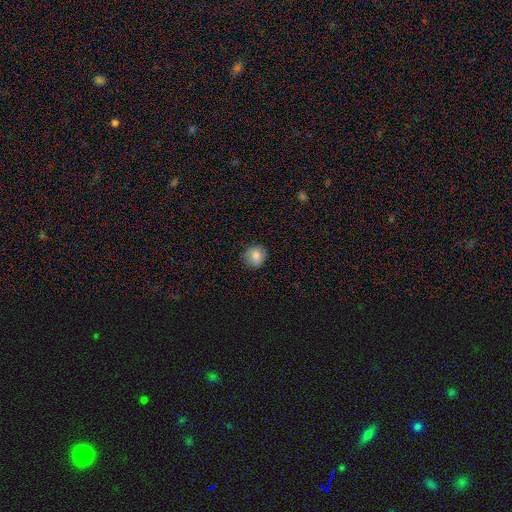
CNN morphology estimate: Overall: smooth (82%). How rounded: round (88%). Merging: none (83%).